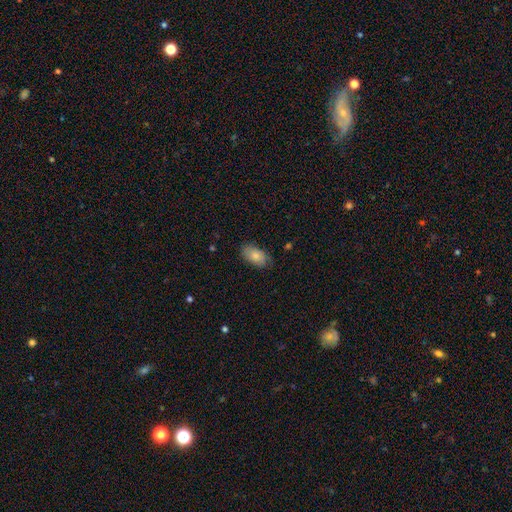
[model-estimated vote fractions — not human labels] Smooth or featured?
  - smooth: 79% *
  - featured or disk: 14%
  - star or artifact: 7%
How rounded?
  - in between: 93% *
  - round: 5%
  - cigar-shaped: 2%
Merging?
  - none: 75% *
  - minor disturbance: 20%
  - major disturbance: 4%
  - merger: 1%